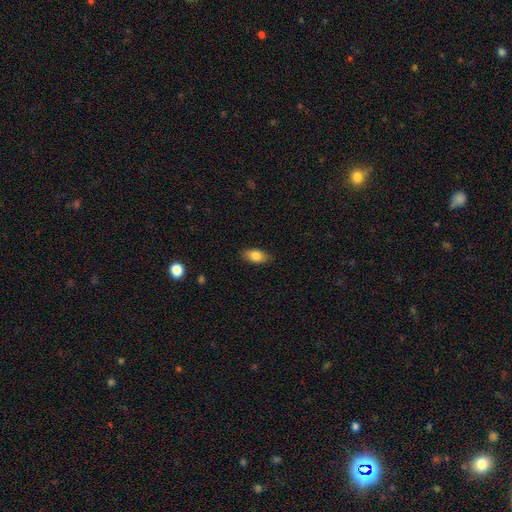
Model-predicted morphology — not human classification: smooth_or_featured: smooth (p=0.83) [alt: featured or disk p=0.10]
how_rounded: in between (p=0.89) [alt: cigar-shaped p=0.06]
merging: none (p=0.86) [alt: minor disturbance p=0.11]